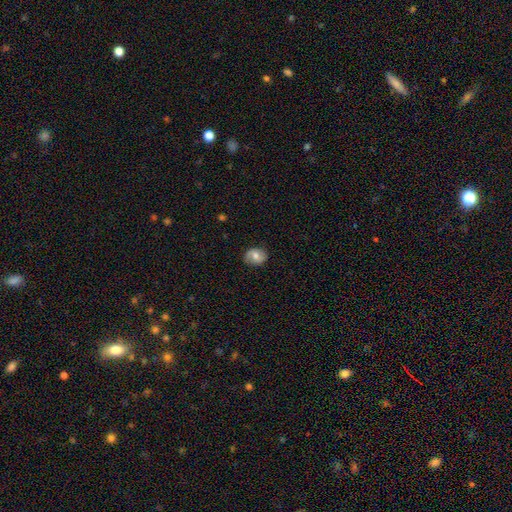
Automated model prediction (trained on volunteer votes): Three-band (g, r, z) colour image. It shows a smooth galaxy with no disk features (58%) that is round (59%). Merging: none (82%).